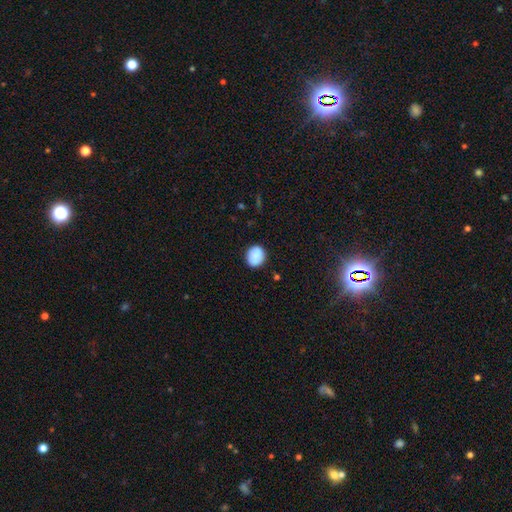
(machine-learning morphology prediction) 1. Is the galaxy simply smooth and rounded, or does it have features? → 87% smooth, 8% star or artifact, 5% featured or disk.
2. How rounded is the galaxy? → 71% round, 28% in between, 1% cigar-shaped.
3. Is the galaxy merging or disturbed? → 86% none, 11% minor disturbance, 2% major disturbance, 1% merger.